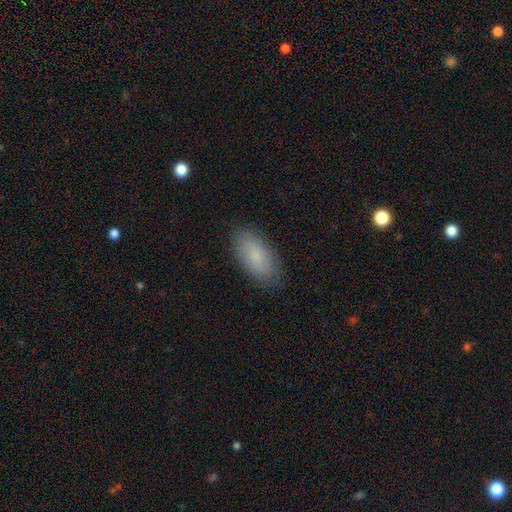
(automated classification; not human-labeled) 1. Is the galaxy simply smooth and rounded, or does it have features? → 80% smooth, 13% featured or disk, 7% star or artifact.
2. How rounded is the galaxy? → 92% in between, 5% cigar-shaped, 3% round.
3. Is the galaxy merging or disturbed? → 85% none, 12% minor disturbance, 3% major disturbance, 1% merger.